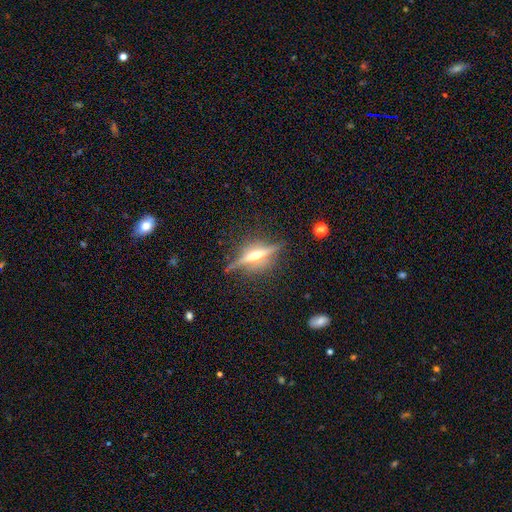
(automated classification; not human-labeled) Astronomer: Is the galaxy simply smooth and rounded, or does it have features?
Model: featured or disk — 81%.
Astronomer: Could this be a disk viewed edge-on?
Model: yes — 95%.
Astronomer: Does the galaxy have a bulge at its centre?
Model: rounded — 94%.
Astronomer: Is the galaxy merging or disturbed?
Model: none — 84%.